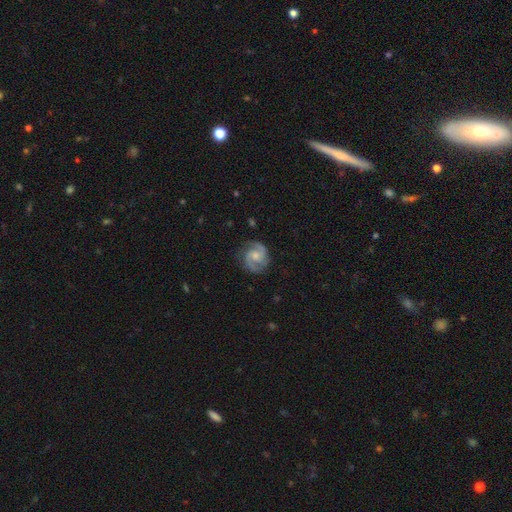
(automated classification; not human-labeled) smooth_or_featured: featured or disk (p=0.85) [alt: smooth p=0.10]
disk_edge_on: no (p=0.98) [alt: yes p=0.02]
bar: no (p=0.57) [alt: weak p=0.37]
has_spiral_arms: yes (p=0.97) [alt: no p=0.03]
spiral_winding: medium (p=0.53) [alt: tight p=0.33]
spiral_arm_count: 2 (p=0.85) [alt: 3 p=0.06]
bulge_size: moderate (p=0.48) [alt: small p=0.36]
merging: none (p=0.80) [alt: minor disturbance p=0.14]